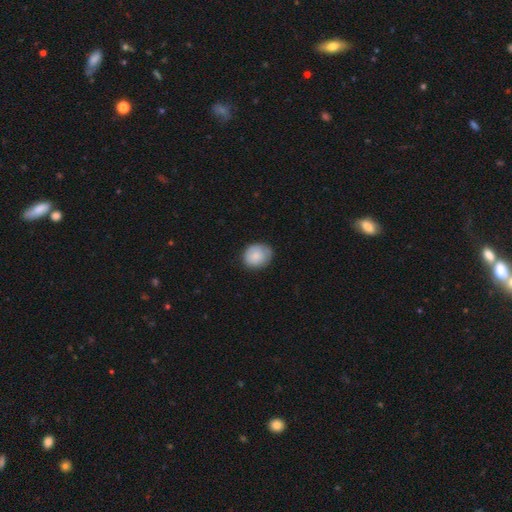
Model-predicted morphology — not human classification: Smooth or featured? smooth (80%)
How rounded? round (64%)
Merging? none (71%)